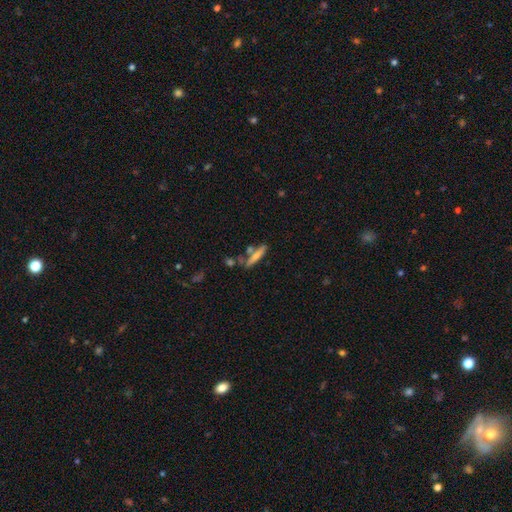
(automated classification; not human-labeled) Smooth or featured? Predicted: smooth (p=0.55). How rounded? Predicted: cigar-shaped (p=0.84). Merging? Predicted: none (p=0.66).